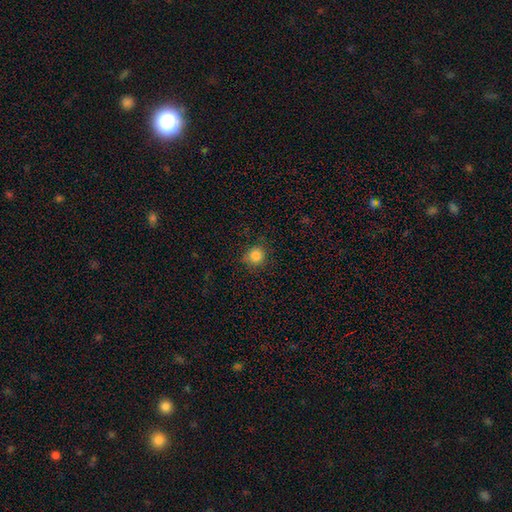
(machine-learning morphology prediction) A smooth galaxy with no disk features (84%) that is round (89%). Merging: none (82%).